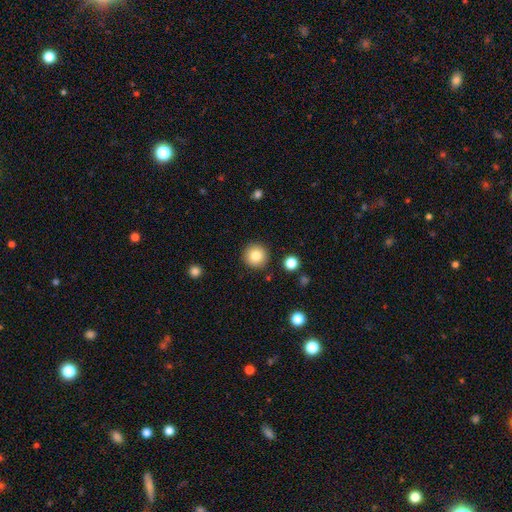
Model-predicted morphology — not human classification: The model was most divided on "smooth or featured": smooth: 82%, star or artifact: 10%, featured or disk: 8%. More confident: how rounded — round (95%); merging — none (90%).